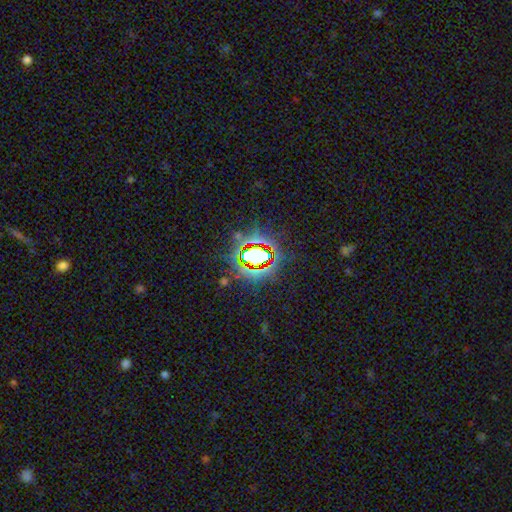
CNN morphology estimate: Q: Smooth or featured?
A: star or artifact (72%); runner-up: smooth (17%)